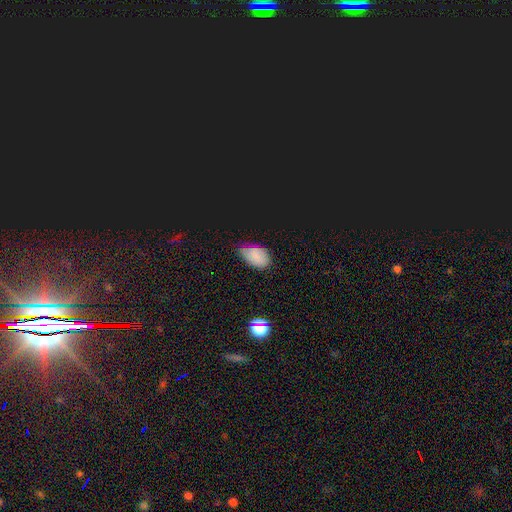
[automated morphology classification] This is likely a smooth galaxy (68%). How rounded: clearly in between (91%). Merging: possibly none (57%).